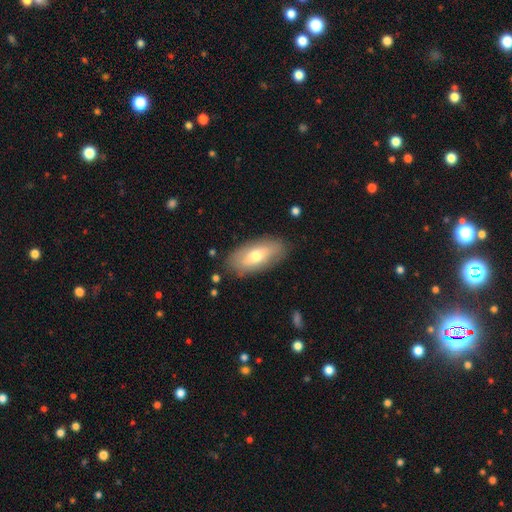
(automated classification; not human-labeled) The model was most divided on "smooth or featured": smooth: 63%, featured or disk: 31%, star or artifact: 6%. More confident: how rounded — in between (88%); merging — none (82%).